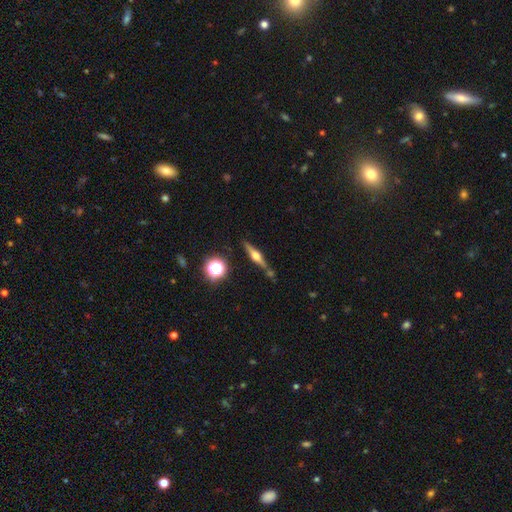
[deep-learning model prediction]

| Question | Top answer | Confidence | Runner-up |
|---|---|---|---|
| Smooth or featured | featured or disk | 70% | smooth (22%) |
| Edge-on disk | yes | 97% | no (3%) |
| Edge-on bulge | rounded | 91% | boxy (7%) |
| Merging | none | 78% | minor disturbance (11%) |